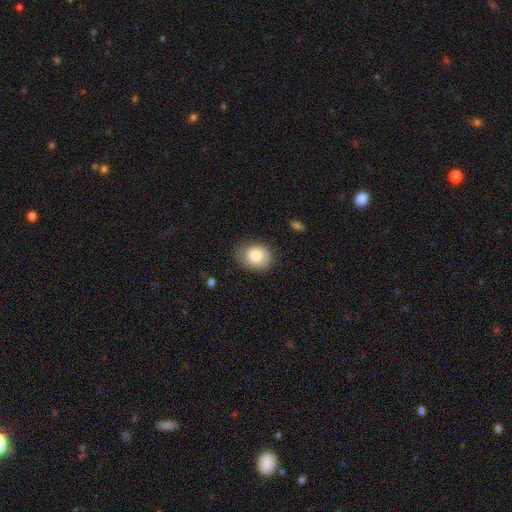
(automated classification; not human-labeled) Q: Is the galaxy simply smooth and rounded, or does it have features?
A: smooth — 83%.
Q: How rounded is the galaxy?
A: round — 52%.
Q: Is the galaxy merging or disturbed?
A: none — 73%.